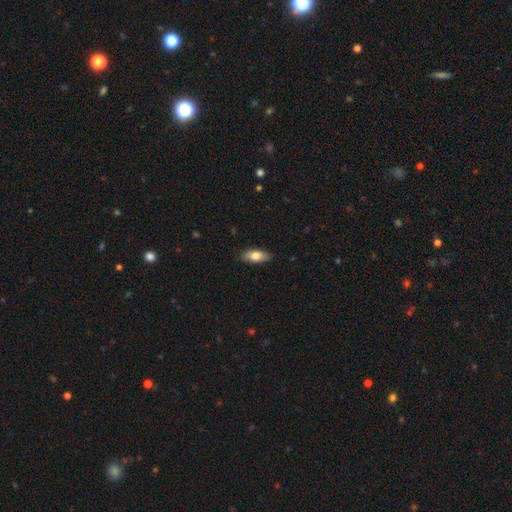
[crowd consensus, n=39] Smooth or featured? smooth (64%)
How rounded? in between (72%)
Merging? none (89%)